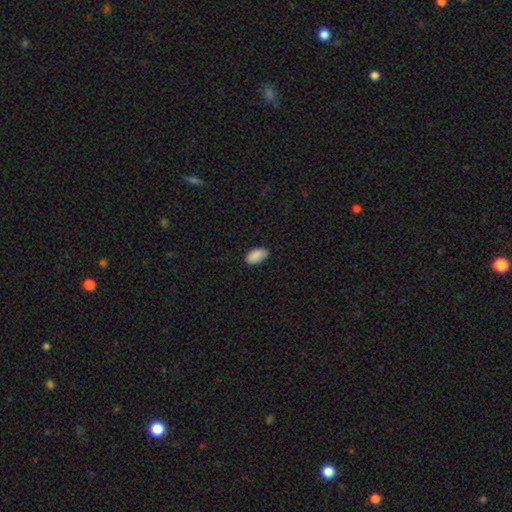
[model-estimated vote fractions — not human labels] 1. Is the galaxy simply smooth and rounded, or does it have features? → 90% smooth, 7% star or artifact, 3% featured or disk.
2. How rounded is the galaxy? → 95% in between, 3% round, 2% cigar-shaped.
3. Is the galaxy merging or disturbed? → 83% none, 13% minor disturbance, 2% major disturbance, 1% merger.